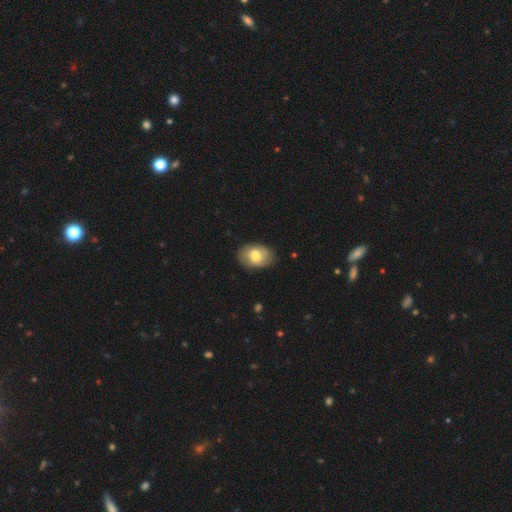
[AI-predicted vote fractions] smooth-or-featured: smooth: 71% | featured or disk: 23% | star or artifact: 7%
  how-rounded: in between: 82% | round: 17% | cigar-shaped: 1%
  merging: none: 80% | minor disturbance: 16% | major disturbance: 3% | merger: 1%